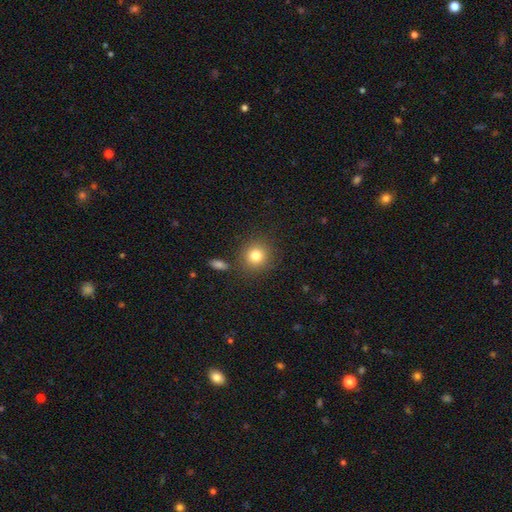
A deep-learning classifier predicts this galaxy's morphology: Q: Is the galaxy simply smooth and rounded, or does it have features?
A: smooth — 80%.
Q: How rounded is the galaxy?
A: round — 88%.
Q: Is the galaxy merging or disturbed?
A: none — 85%.